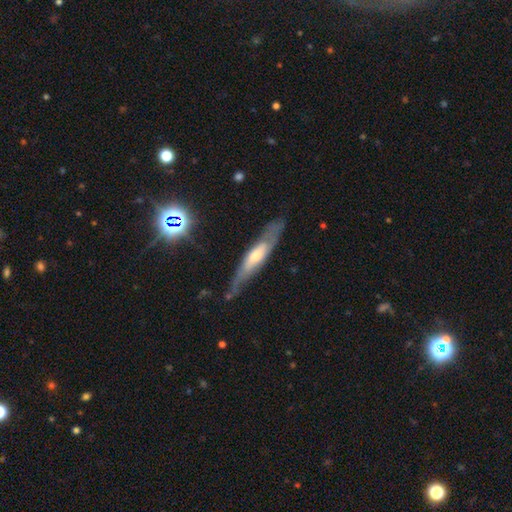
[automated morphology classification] This appears to be a featured or disk galaxy (57%) viewed edge-on (64%). Merging: none (65%).